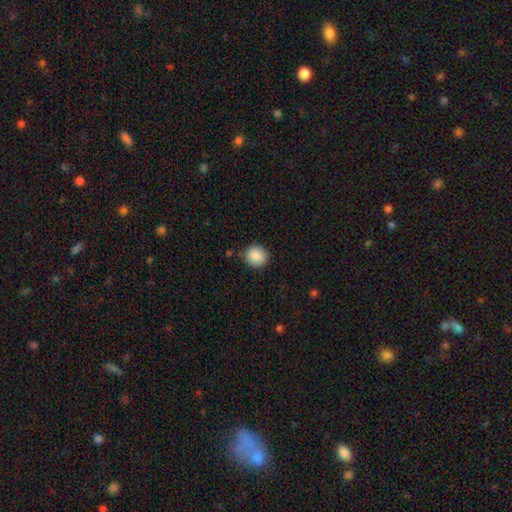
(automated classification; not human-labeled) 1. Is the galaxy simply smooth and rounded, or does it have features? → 87% smooth, 8% star or artifact, 5% featured or disk.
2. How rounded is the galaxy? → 88% round, 12% in between, 1% cigar-shaped.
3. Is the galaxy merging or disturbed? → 88% none, 9% minor disturbance, 2% major disturbance, 2% merger.